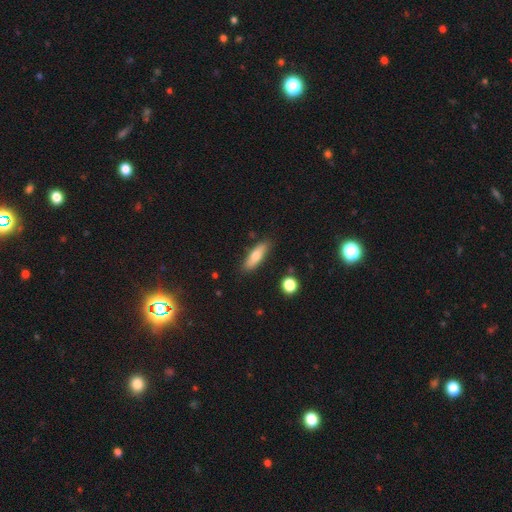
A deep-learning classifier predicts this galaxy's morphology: A smooth galaxy with no disk features (70%) that is cigar-shaped (51%).

Vote fractions:
- Smooth or featured? smooth: 70% / featured or disk: 23% / star or artifact: 7%
- How rounded? cigar-shaped: 51% / in between: 46% / round: 3%
- Merging? none: 84% / minor disturbance: 12% / major disturbance: 2% / merger: 2%